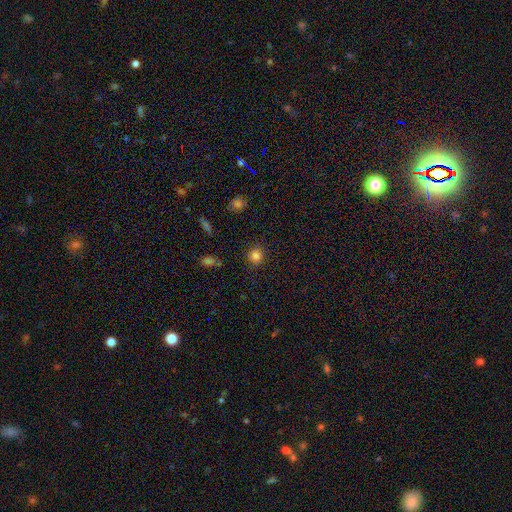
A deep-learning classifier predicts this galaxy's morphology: smooth-or-featured: smooth: 83% | star or artifact: 13% | featured or disk: 5%
  how-rounded: round: 88% | in between: 11% | cigar-shaped: 1%
  merging: none: 88% | minor disturbance: 7% | major disturbance: 2% | merger: 2%